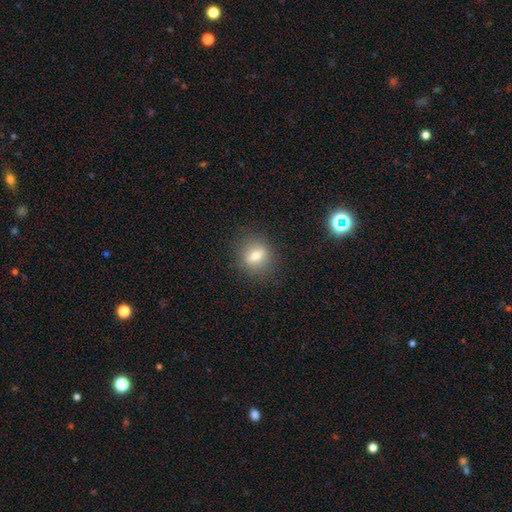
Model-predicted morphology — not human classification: A smooth galaxy with no disk features (69%) that is round (60%).

Vote fractions:
- Smooth or featured? smooth: 69% / featured or disk: 19% / star or artifact: 12%
- How rounded? round: 60% / in between: 36% / cigar-shaped: 3%
- Merging? none: 85% / minor disturbance: 10% / major disturbance: 4% / merger: 1%